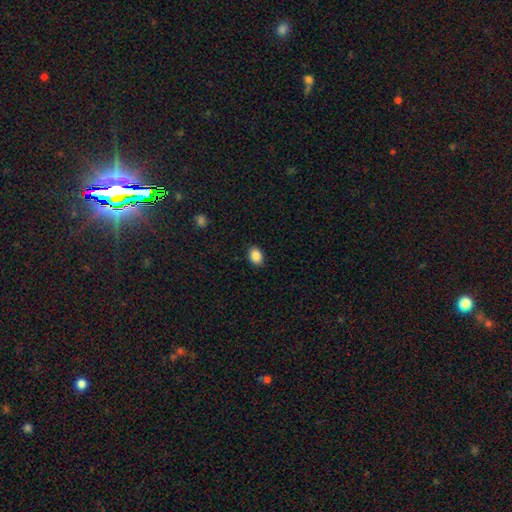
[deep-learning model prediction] This is clearly a smooth galaxy (87%). How rounded: likely in between (77%). Merging: clearly none (86%).